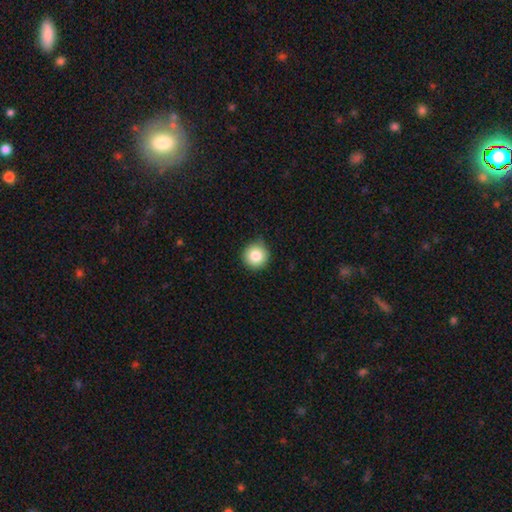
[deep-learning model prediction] smooth-or-featured: smooth: 83% | star or artifact: 10% | featured or disk: 7%
  how-rounded: round: 95% | in between: 4% | cigar-shaped: 1%
  merging: none: 86% | minor disturbance: 11% | major disturbance: 2% | merger: 1%